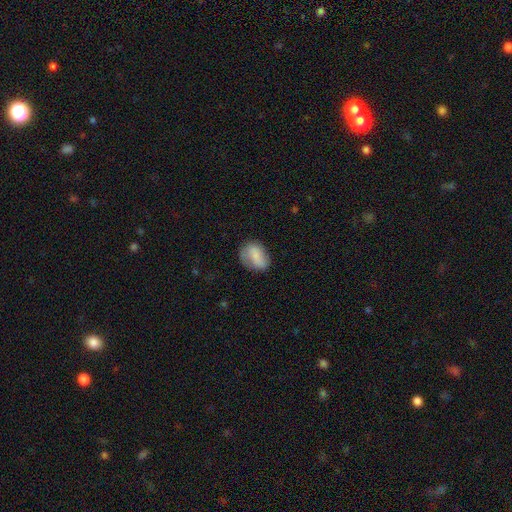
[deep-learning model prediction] Smooth or featured? Predicted: smooth (p=0.74). How rounded? Predicted: in between (p=0.71). Merging? Predicted: none (p=0.67).